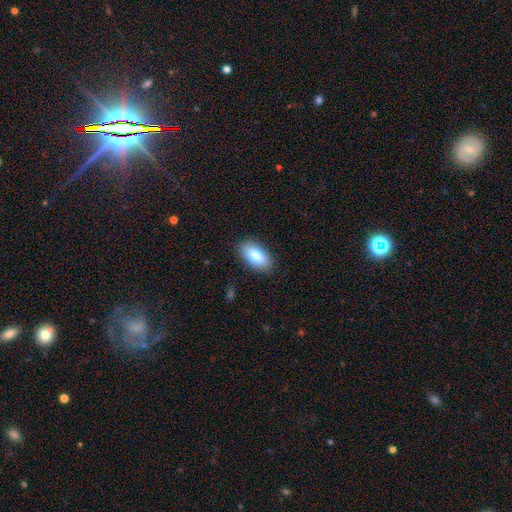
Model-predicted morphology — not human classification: type=smooth (80%); roundness=in between (92%); merging=none (88%).